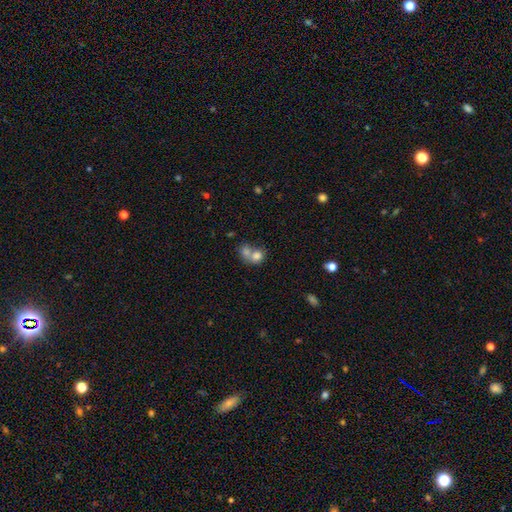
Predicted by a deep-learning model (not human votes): Smooth or featured? Predicted: smooth (p=0.73). How rounded? Predicted: round (p=0.62). Merging? Predicted: merger (p=0.66).